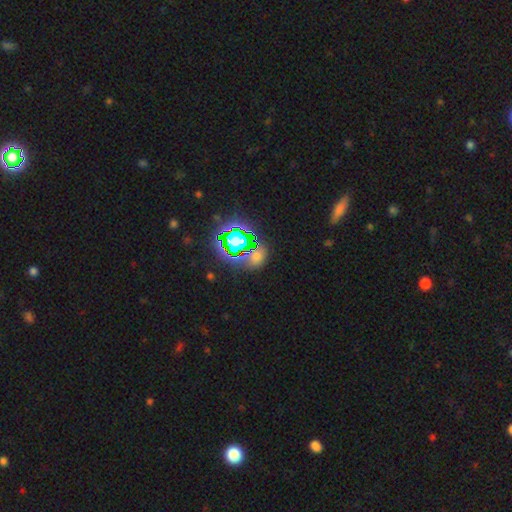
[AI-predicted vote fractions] Q: Smooth or featured?
A: star or artifact (57%); runner-up: smooth (32%)